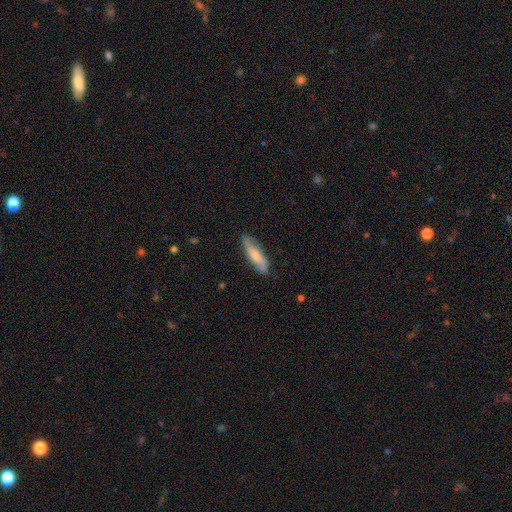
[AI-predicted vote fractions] Smooth or featured?
  - smooth: 66% *
  - featured or disk: 29%
  - star or artifact: 5%
How rounded?
  - cigar-shaped: 65% *
  - in between: 34%
  - round: 2%
Merging?
  - none: 83% *
  - minor disturbance: 14%
  - major disturbance: 2%
  - merger: 1%